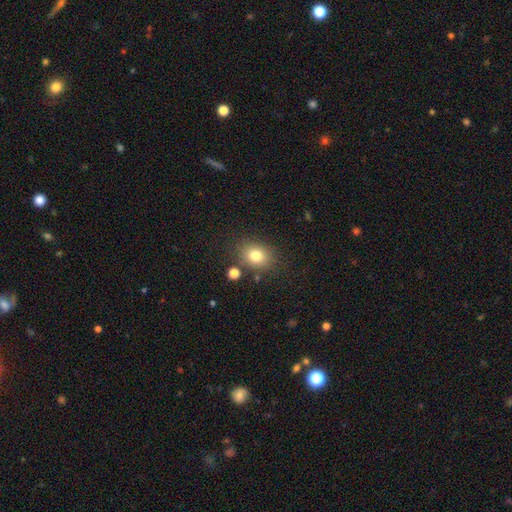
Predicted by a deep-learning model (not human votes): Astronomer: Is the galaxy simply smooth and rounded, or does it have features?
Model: smooth — 79%.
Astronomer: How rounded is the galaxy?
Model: in between — 50% (runner-up: round, 49%).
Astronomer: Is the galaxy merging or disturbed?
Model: none — 79%.